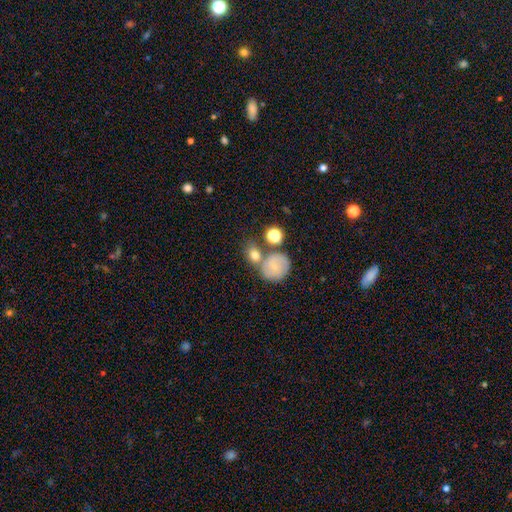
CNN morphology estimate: This is likely a smooth galaxy (66%). How rounded: likely round (71%). Merging: possibly none (53%).